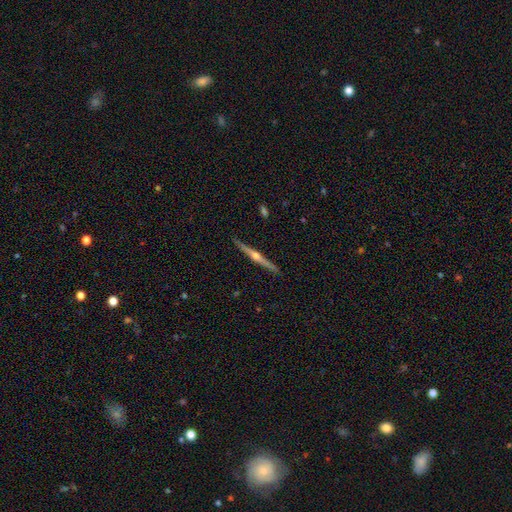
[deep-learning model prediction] A featured or disk galaxy (83%) viewed edge-on (98%) with a rounded central bulge (93%).

Vote fractions:
- Smooth or featured? featured or disk: 83% / smooth: 12% / star or artifact: 5%
- Edge-on disk? yes: 98% / no: 2%
- Edge-on bulge? rounded: 93% / none: 4% / boxy: 3%
- Merging? none: 92% / minor disturbance: 6% / major disturbance: 1% / merger: 1%